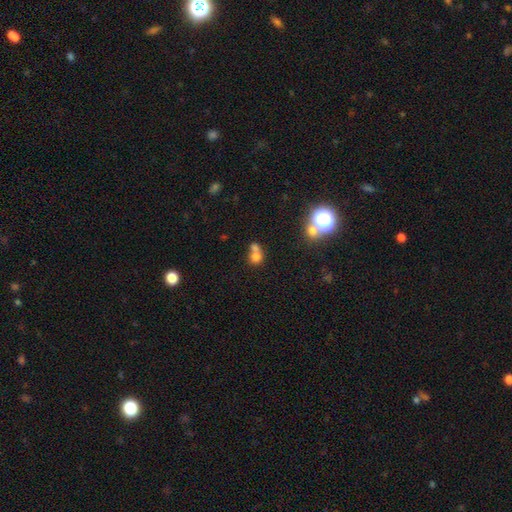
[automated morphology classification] A smooth galaxy with no disk features (71%) that is round (72%).

Vote fractions:
- Smooth or featured? smooth: 71% / star or artifact: 16% / featured or disk: 14%
- How rounded? round: 72% / in between: 27% / cigar-shaped: 1%
- Merging? merger: 58% / none: 31% / minor disturbance: 7% / major disturbance: 4%